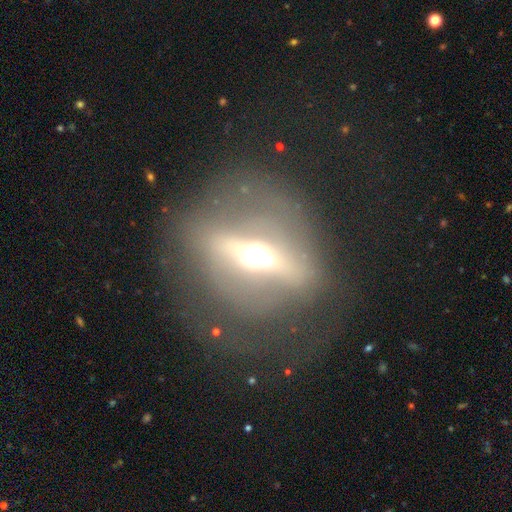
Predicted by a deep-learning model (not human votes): A featured or disk galaxy (66%). Merging: none (57%).